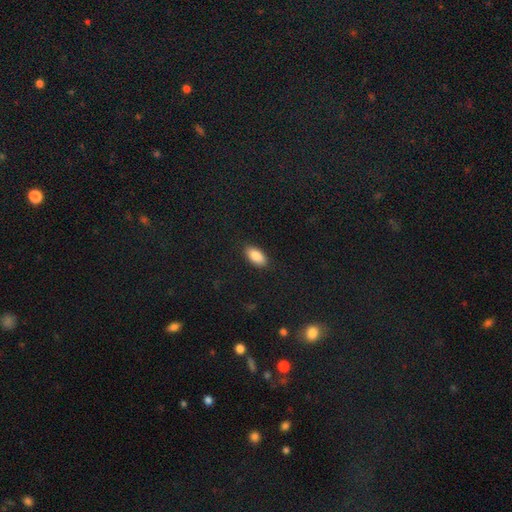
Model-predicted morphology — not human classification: Smooth or featured? Predicted: smooth (p=0.87). How rounded? Predicted: in between (p=0.93). Merging? Predicted: none (p=0.87).